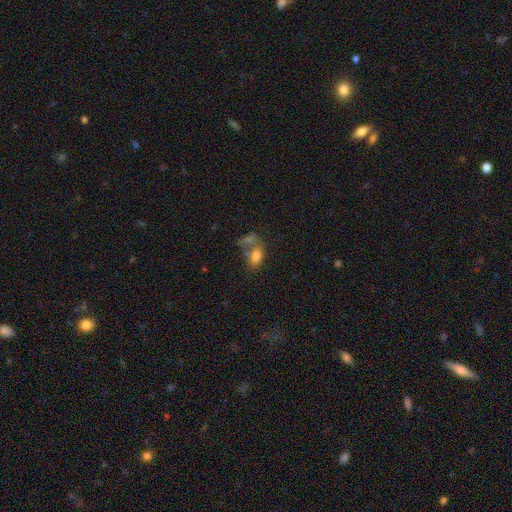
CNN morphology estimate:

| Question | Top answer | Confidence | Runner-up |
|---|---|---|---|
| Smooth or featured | smooth | 76% | featured or disk (13%) |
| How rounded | in between | 84% | round (14%) |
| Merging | merger | 47% | none (30%) |